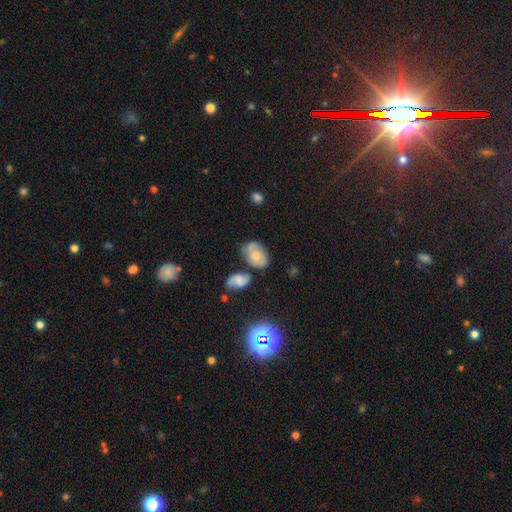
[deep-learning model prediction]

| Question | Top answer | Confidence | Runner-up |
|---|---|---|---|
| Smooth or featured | smooth | 46% | featured or disk (45%) |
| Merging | none | 46% | minor disturbance (26%) |